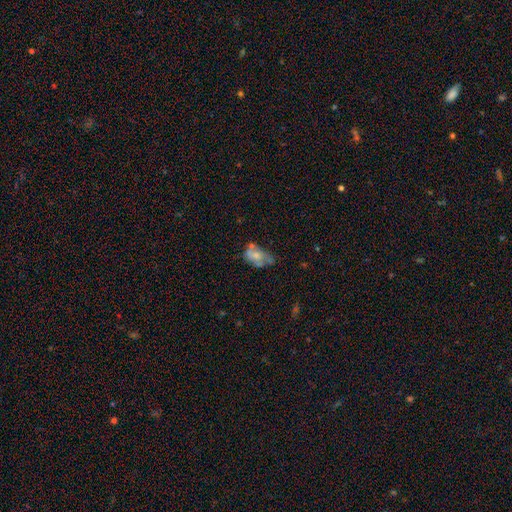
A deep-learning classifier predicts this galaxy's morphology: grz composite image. It shows a smooth galaxy with no disk features (49%). Merging: minor disturbance (32%).